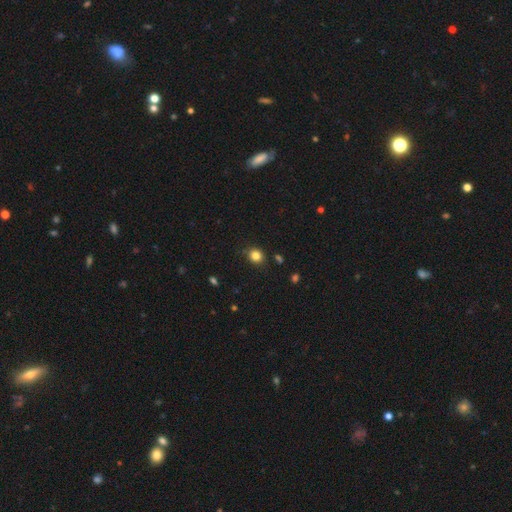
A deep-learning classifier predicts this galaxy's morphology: This appears to be a smooth galaxy with no disk features (82%) that is round (76%). Merging: none (83%).